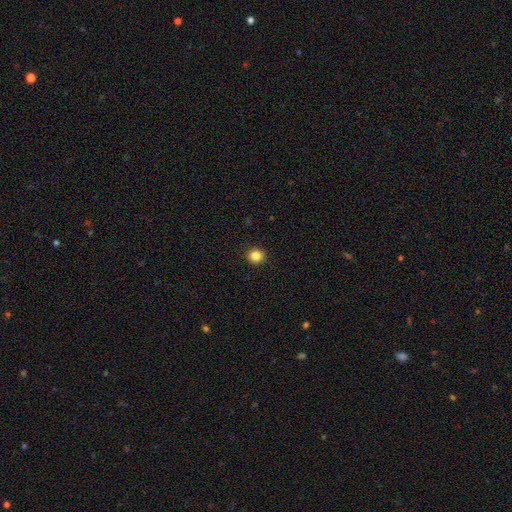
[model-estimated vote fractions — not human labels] Morphology: type=smooth (84%); roundness=round (89%); merging=none (93%).